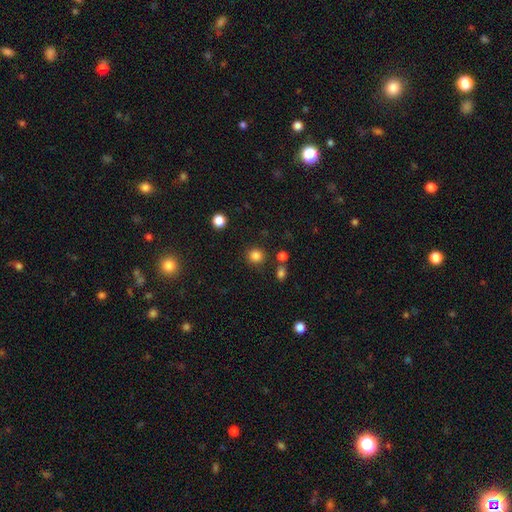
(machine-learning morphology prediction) smooth 83%, star or artifact 13%, featured or disk 4%. Down the decision tree: how rounded — round (92%); merging — none (85%).